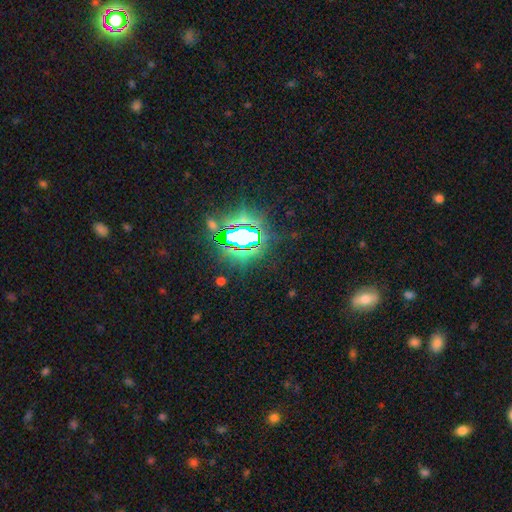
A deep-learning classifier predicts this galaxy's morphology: This appears to be a star or artifact, not a galaxy (82%).